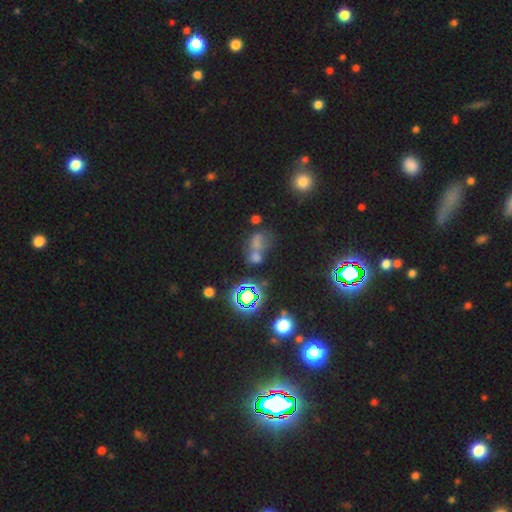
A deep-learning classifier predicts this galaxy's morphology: Smooth or featured? star or artifact (45%)